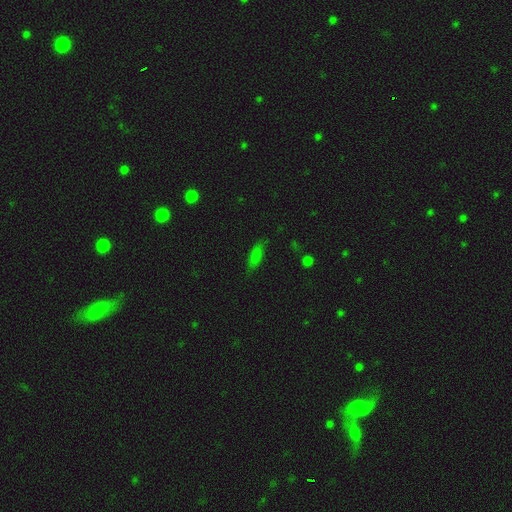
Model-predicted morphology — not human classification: This appears to be a smooth galaxy with no disk features (76%) that is in between round and cigar-shaped (61%). Merging: none (76%).